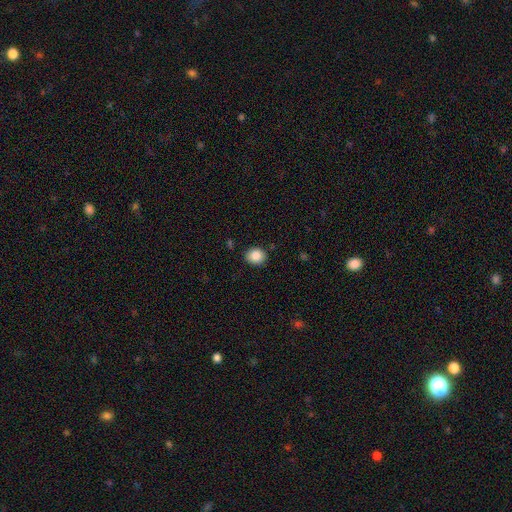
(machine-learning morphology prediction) Overall: smooth (87%). How rounded: round (66%; in between 33%). Merging: none (86%).